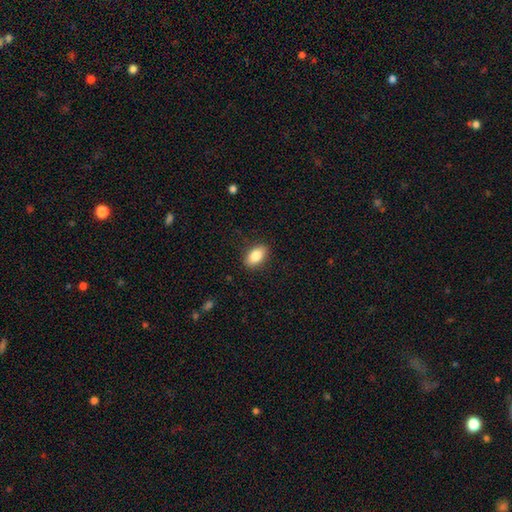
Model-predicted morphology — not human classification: A smooth galaxy with no disk features (86%) that is in between round and cigar-shaped (91%).

Vote fractions:
- Smooth or featured? smooth: 86% / featured or disk: 7% / star or artifact: 7%
- How rounded? in between: 91% / round: 6% / cigar-shaped: 3%
- Merging? none: 88% / minor disturbance: 9% / major disturbance: 2% / merger: 1%